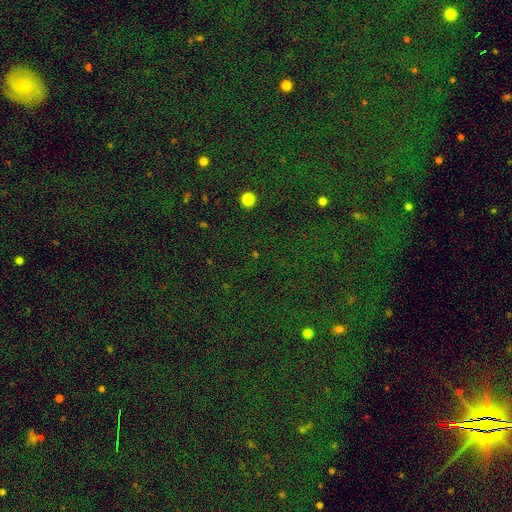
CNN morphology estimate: Smooth or featured? Predicted: star or artifact (p=0.80).